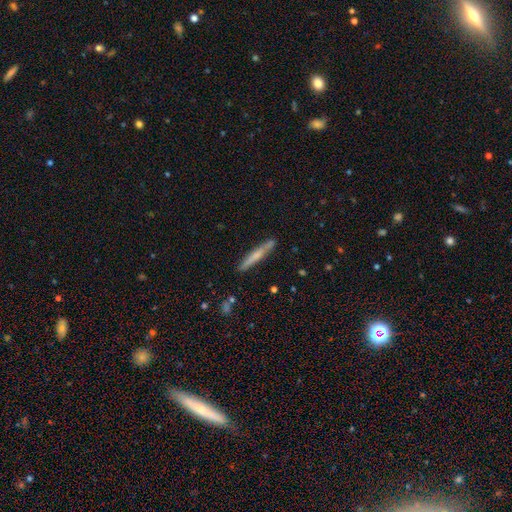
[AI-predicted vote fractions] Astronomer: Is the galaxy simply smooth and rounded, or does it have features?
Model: smooth — 55% (runner-up: featured or disk, 39%).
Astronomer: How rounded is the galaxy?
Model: cigar-shaped — 95%.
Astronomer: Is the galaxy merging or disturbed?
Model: none — 86%.